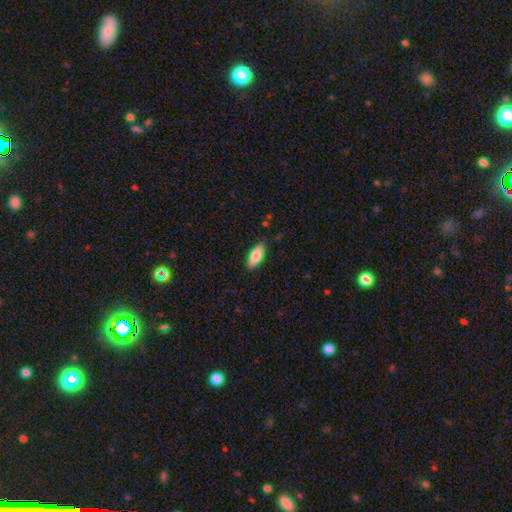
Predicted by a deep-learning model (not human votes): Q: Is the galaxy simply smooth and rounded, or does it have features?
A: smooth — 81%.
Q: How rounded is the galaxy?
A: in between — 80%.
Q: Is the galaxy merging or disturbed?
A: none — 83%.